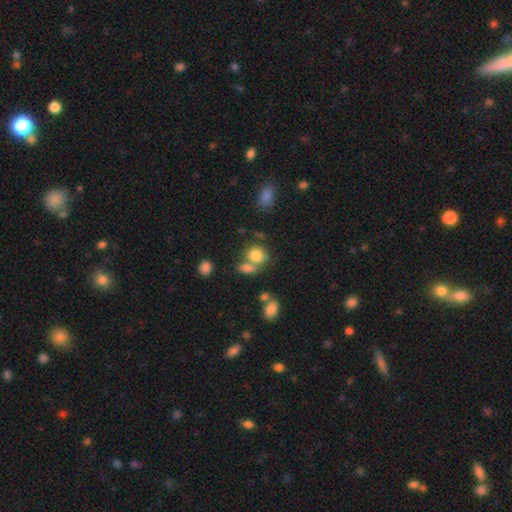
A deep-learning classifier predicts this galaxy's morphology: smooth 80%, star or artifact 10%, featured or disk 10%. Down the decision tree: how rounded — round (63%); merging — none (45%).